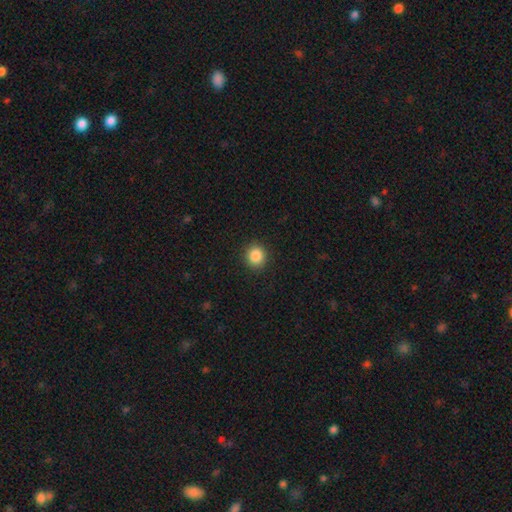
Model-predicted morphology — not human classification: smooth-or-featured: smooth: 87% | star or artifact: 10% | featured or disk: 4%
  how-rounded: round: 85% | in between: 14% | cigar-shaped: 1%
  merging: none: 91% | minor disturbance: 6% | major disturbance: 2% | merger: 1%